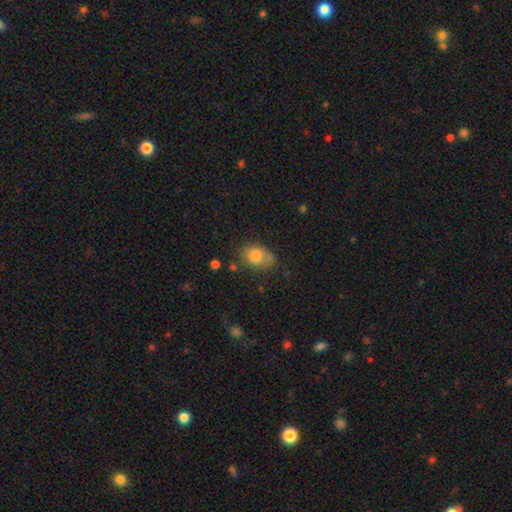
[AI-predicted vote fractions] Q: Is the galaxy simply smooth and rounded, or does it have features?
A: smooth — 79%.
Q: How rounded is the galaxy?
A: in between — 74%.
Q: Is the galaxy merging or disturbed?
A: none — 57%.